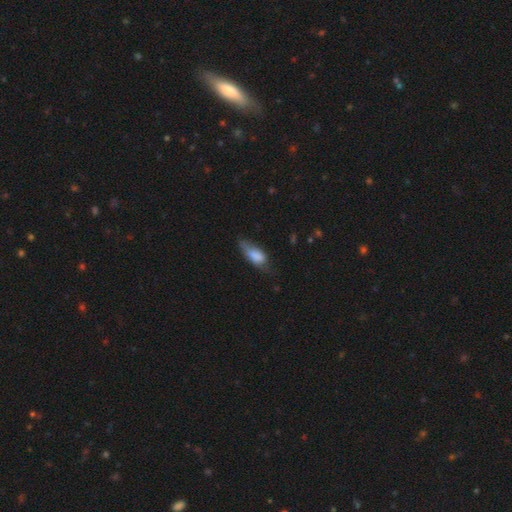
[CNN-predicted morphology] type=smooth (77%); roundness=in between (78%); merging=none (43%).